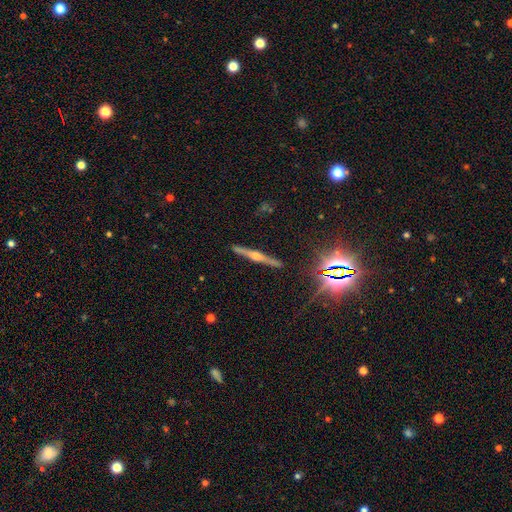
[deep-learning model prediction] Smooth or featured? Predicted: featured or disk (p=0.71). Edge-on disk? Predicted: yes (p=0.98). Edge-on bulge? Predicted: rounded (p=0.88). Merging? Predicted: none (p=0.90).